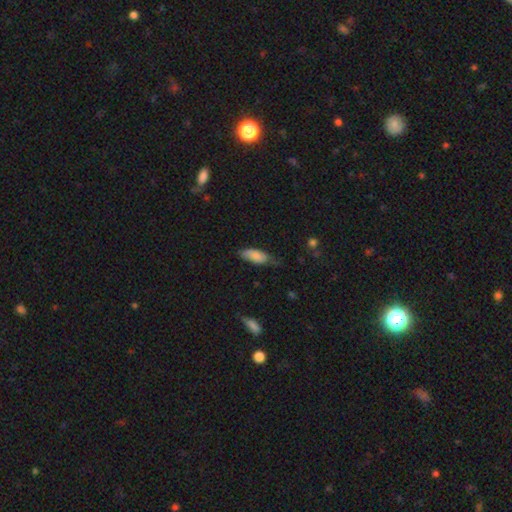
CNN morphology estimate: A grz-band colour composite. It shows a smooth galaxy with no disk features (82%) that is in between round and cigar-shaped (80%). Merging: none (51%).